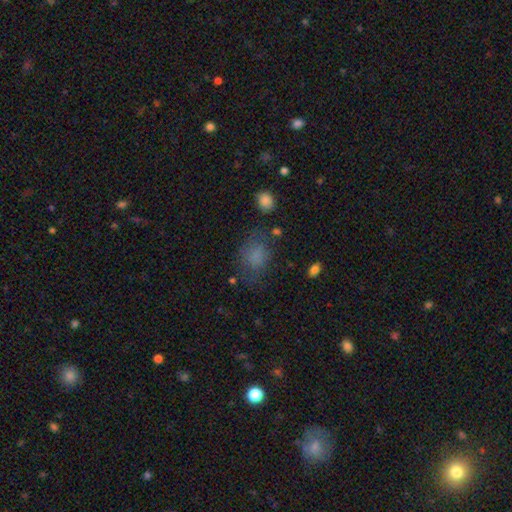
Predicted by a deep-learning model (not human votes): This is likely a smooth galaxy (75%). How rounded: likely in between (62%). Merging: likely none (60%).